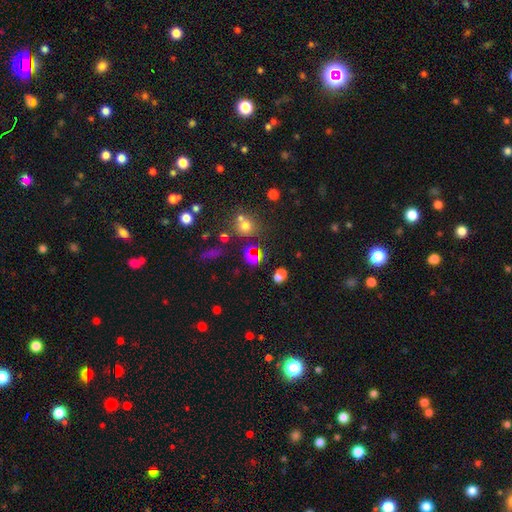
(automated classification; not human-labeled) Smooth or featured: smooth — 50% (star or artifact — 38%)
How rounded: round — 68% (in between — 29%)
Merging: none — 61% (merger — 20%)